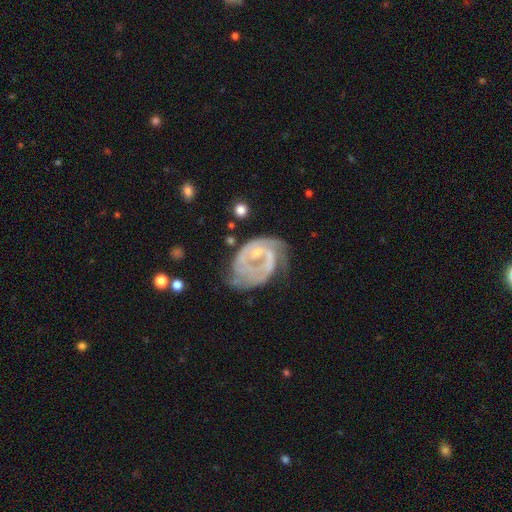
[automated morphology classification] featured or disk 81%, smooth 12%, star or artifact 7%. Down the decision tree: edge-on disk — no (98%); bar — no (55%); spiral arms — yes (84%); spiral arm count — 2 (41%); spiral winding — tight (48%); bulge size — small (61%); merging — none (36%).